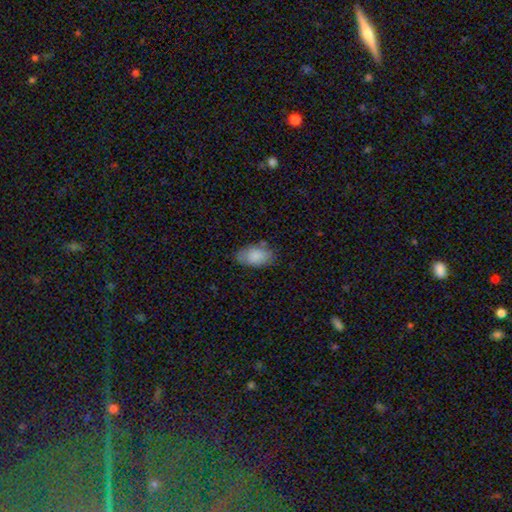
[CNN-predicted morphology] Smooth or featured?
  - smooth: 84% *
  - featured or disk: 9%
  - star or artifact: 7%
How rounded?
  - in between: 93% *
  - round: 6%
  - cigar-shaped: 2%
Merging?
  - none: 72% *
  - minor disturbance: 21%
  - major disturbance: 5%
  - merger: 2%